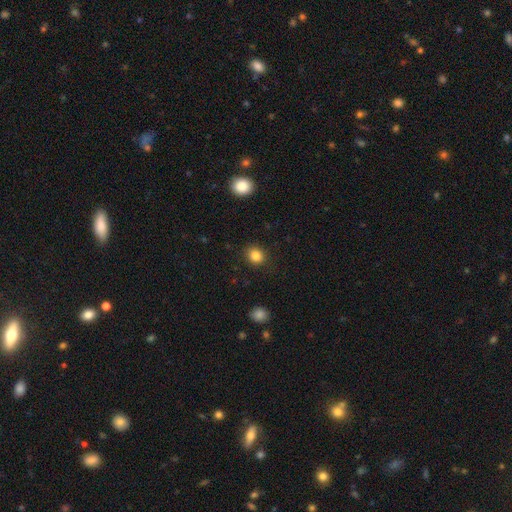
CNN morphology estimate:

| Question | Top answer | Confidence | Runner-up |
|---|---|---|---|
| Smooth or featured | smooth | 84% | star or artifact (11%) |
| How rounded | round | 75% | in between (24%) |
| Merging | none | 88% | minor disturbance (8%) |